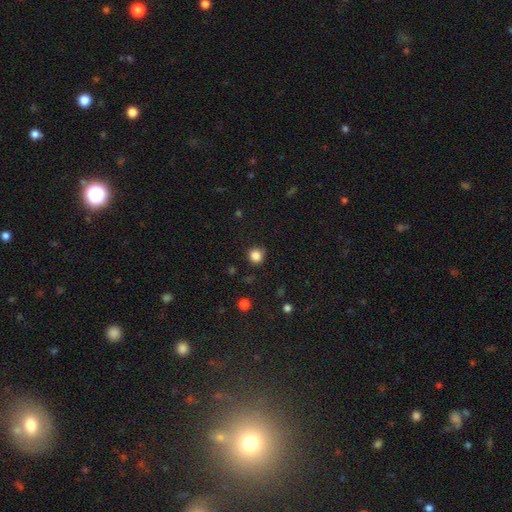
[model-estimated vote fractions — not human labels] A smooth galaxy with no disk features (85%) that is round (91%). Merging: none (85%).